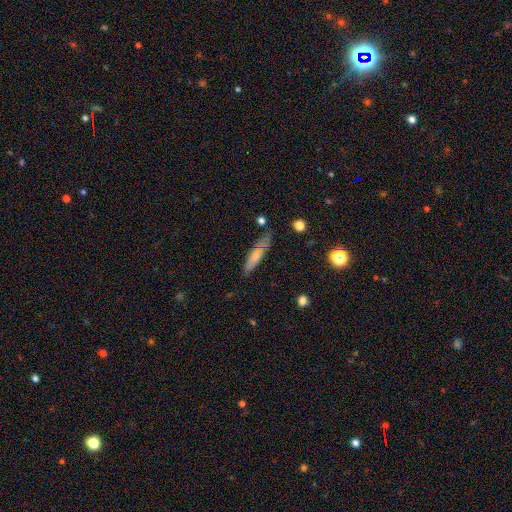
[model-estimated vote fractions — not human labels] Smooth or featured? smooth (63%)
How rounded? cigar-shaped (76%)
Merging? none (68%)